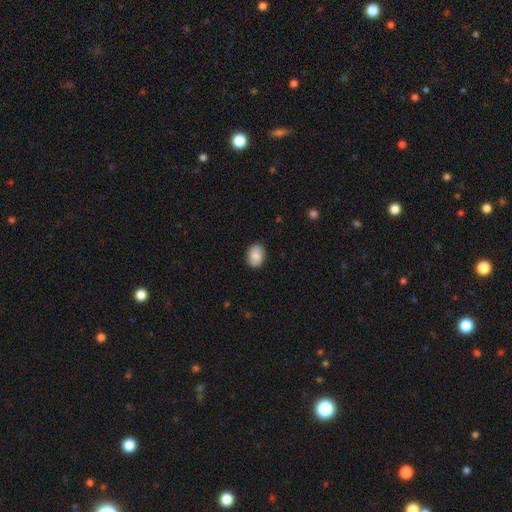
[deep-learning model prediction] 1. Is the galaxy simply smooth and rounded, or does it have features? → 82% smooth, 11% featured or disk, 7% star or artifact.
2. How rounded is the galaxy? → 72% in between, 27% round, 1% cigar-shaped.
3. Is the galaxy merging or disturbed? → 87% none, 9% minor disturbance, 2% major disturbance, 1% merger.